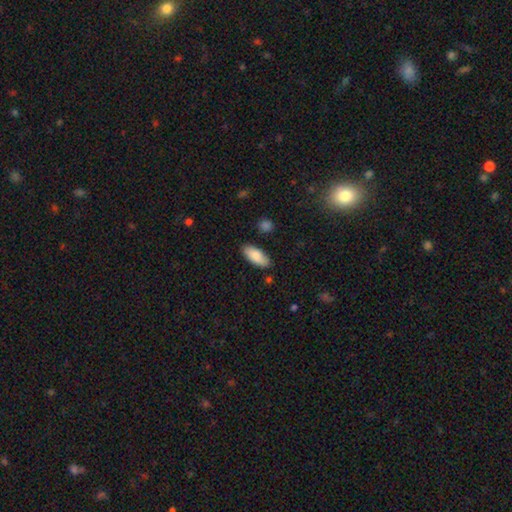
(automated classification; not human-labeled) The model was most divided on "how rounded": in between: 84%, cigar-shaped: 14%, round: 2%. More confident: smooth or featured — smooth (86%); merging — none (84%).